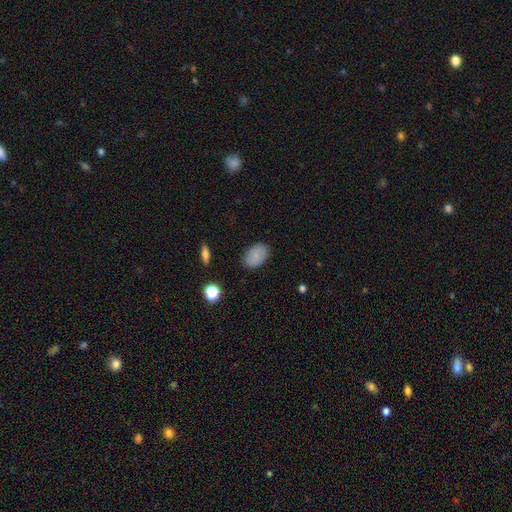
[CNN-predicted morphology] type=smooth (83%); roundness=in between (88%); merging=none (87%).